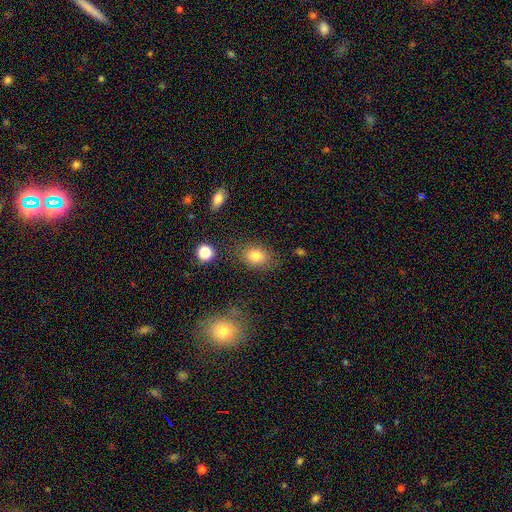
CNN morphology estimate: smooth-or-featured: smooth: 80% | star or artifact: 11% | featured or disk: 9%
  how-rounded: in between: 68% | round: 30% | cigar-shaped: 1%
  merging: none: 78% | minor disturbance: 14% | major disturbance: 5% | merger: 3%